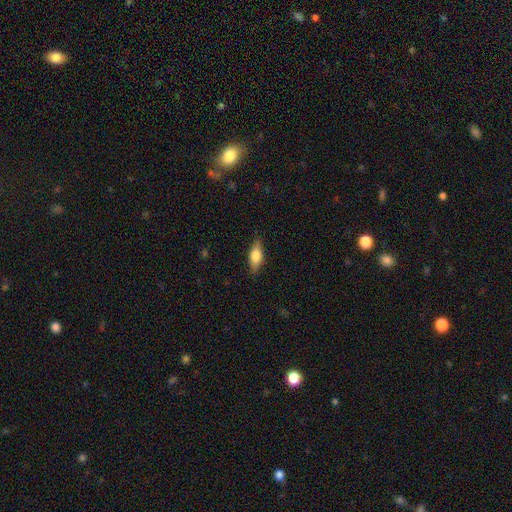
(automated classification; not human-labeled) Smooth or featured?
  - smooth: 63% *
  - featured or disk: 30%
  - star or artifact: 7%
How rounded?
  - in between: 68% *
  - cigar-shaped: 28%
  - round: 4%
Merging?
  - none: 84% *
  - minor disturbance: 12%
  - major disturbance: 3%
  - merger: 1%